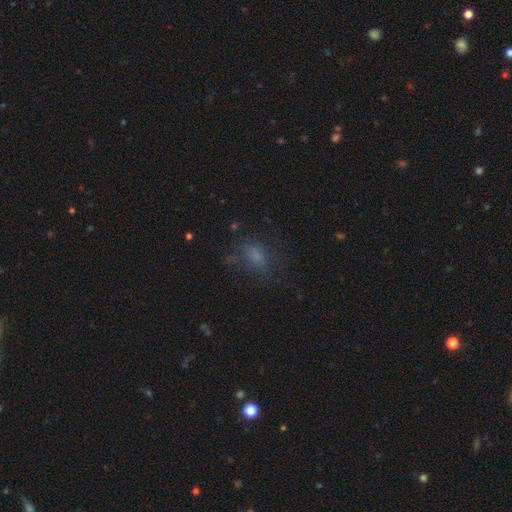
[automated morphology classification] type=smooth (63%); roundness=in between (67%); merging=none (55%).